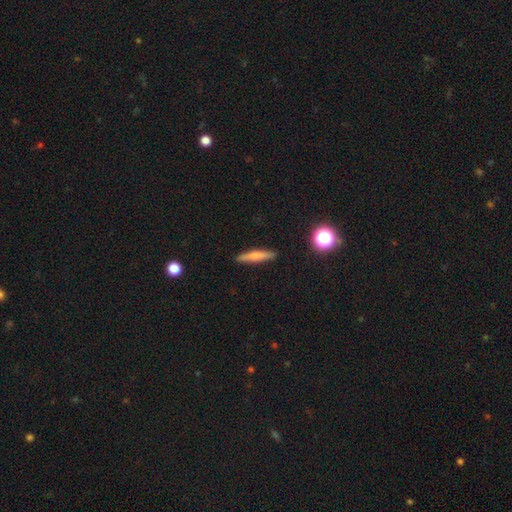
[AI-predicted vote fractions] smooth 67%, featured or disk 25%, star or artifact 8%. Down the decision tree: how rounded — cigar-shaped (88%); merging — none (90%).